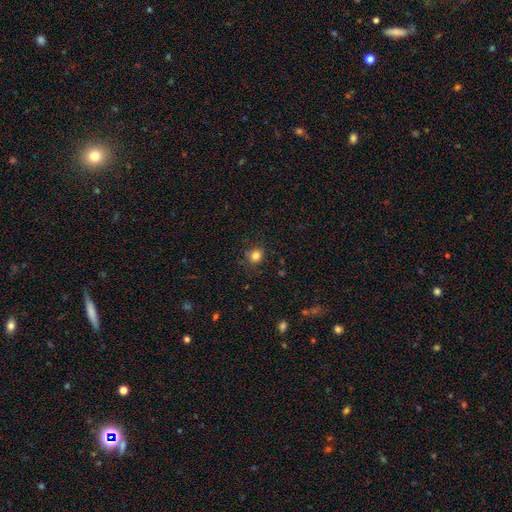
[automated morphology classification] smooth_or_featured: smooth (p=0.83) [alt: star or artifact p=0.12]
how_rounded: round (p=0.80) [alt: in between p=0.19]
merging: none (p=0.84) [alt: minor disturbance p=0.12]